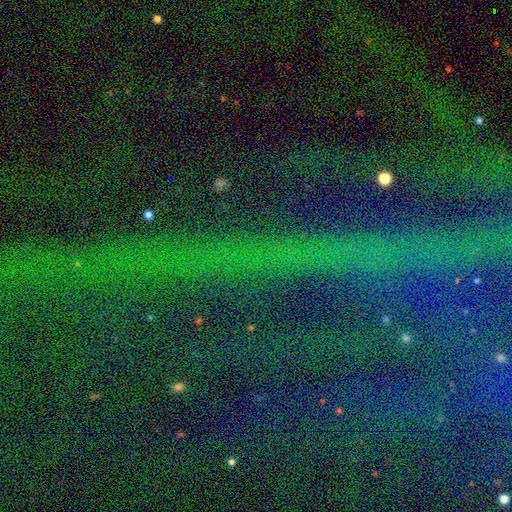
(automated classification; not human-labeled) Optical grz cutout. It shows a star or artifact, not a galaxy (84%).